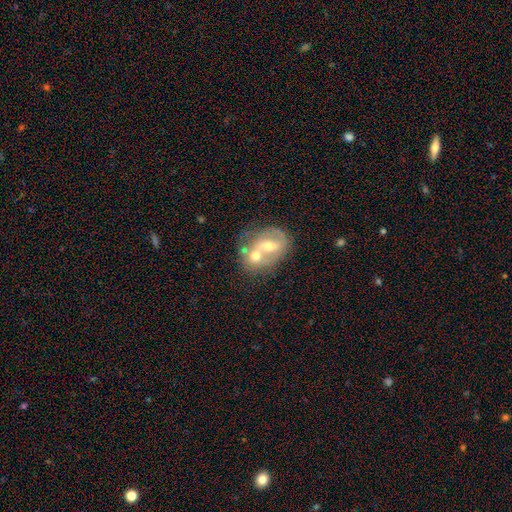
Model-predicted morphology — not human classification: smooth_or_featured: featured or disk (p=0.57) [alt: smooth p=0.35]
disk_edge_on: no (p=0.96) [alt: yes p=0.04]
bar: no (p=0.46) [alt: weak p=0.36]
has_spiral_arms: no (p=0.53) [alt: yes p=0.47]
bulge_size: moderate (p=0.66) [alt: small p=0.25]
merging: merger (p=0.62) [alt: none p=0.24]